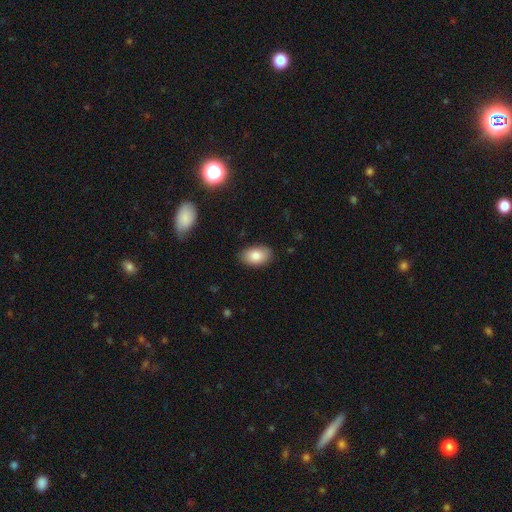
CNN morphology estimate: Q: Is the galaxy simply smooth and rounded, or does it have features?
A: smooth — 83%.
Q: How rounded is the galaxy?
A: in between — 91%.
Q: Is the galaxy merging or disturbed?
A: none — 86%.